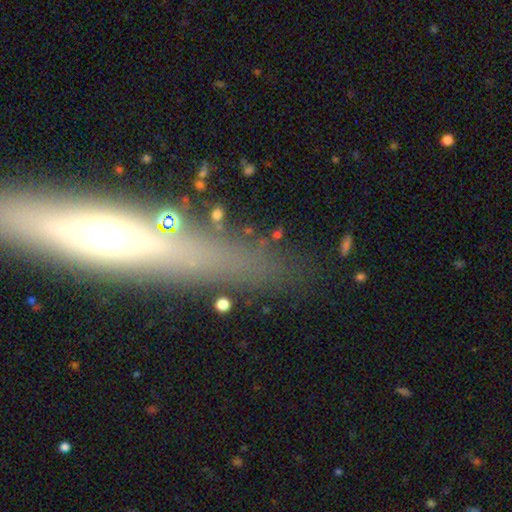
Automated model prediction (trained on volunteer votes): Smooth or featured?
  - featured or disk: 54% *
  - smooth: 33%
  - star or artifact: 14%
Edge-on disk?
  - yes: 75% *
  - no: 25%
Merging?
  - none: 82% *
  - minor disturbance: 11%
  - major disturbance: 5%
  - merger: 3%